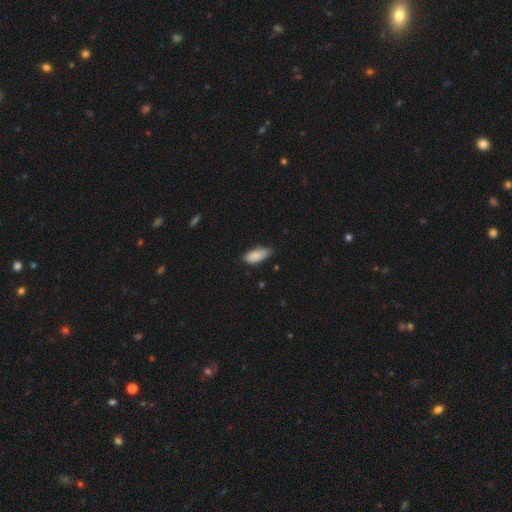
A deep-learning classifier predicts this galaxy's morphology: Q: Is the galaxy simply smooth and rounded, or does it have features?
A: smooth — 86%.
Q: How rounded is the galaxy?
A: in between — 86%.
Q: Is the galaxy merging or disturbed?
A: none — 65%.